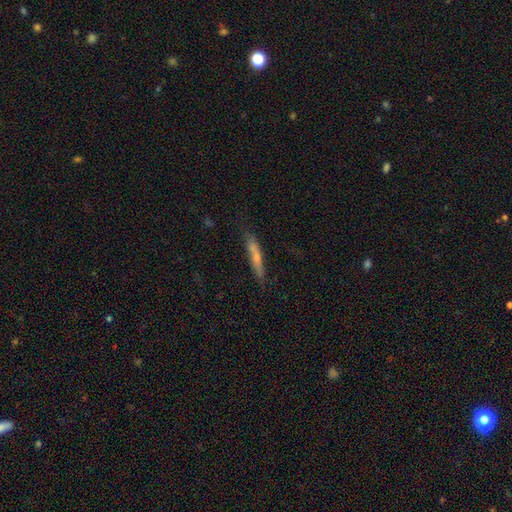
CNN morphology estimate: smooth-or-featured: smooth: 58% | featured or disk: 34% | star or artifact: 7%
  how-rounded: cigar-shaped: 92% | in between: 6% | round: 2%
  merging: none: 72% | minor disturbance: 19% | merger: 5% | major disturbance: 5%